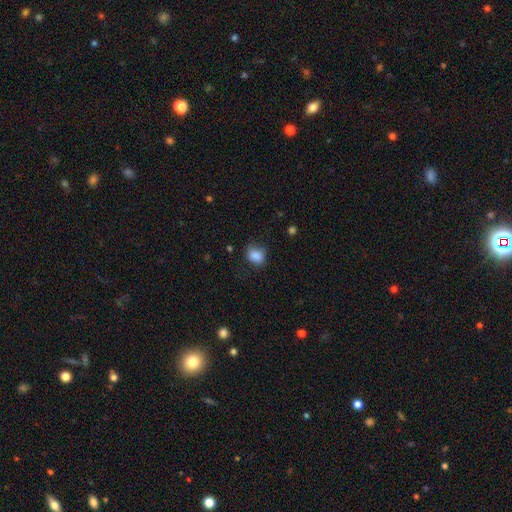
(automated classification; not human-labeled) A smooth galaxy with no disk features (85%) that is in between round and cigar-shaped (57%).

Vote fractions:
- Smooth or featured? smooth: 85% / star or artifact: 9% / featured or disk: 5%
- How rounded? in between: 57% / round: 42% / cigar-shaped: 1%
- Merging? none: 67% / minor disturbance: 25% / major disturbance: 7% / merger: 2%